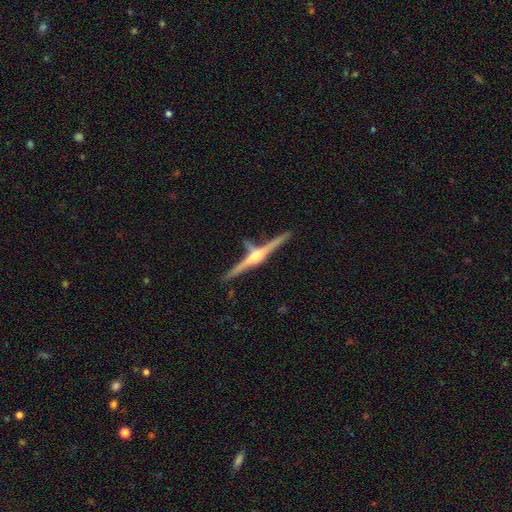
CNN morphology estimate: This is clearly a featured or disk galaxy (87%). It is clearly viewed edge-on (98%). Edge-on bulge: clearly rounded (92%). Merging: clearly none (83%).